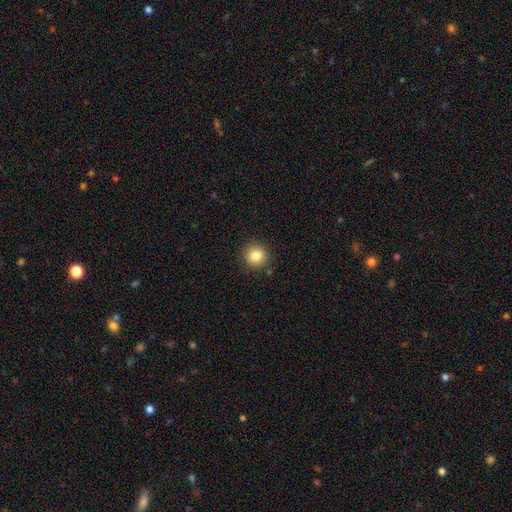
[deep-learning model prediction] This is clearly a smooth galaxy (83%). How rounded: clearly round (92%). Merging: clearly none (90%).